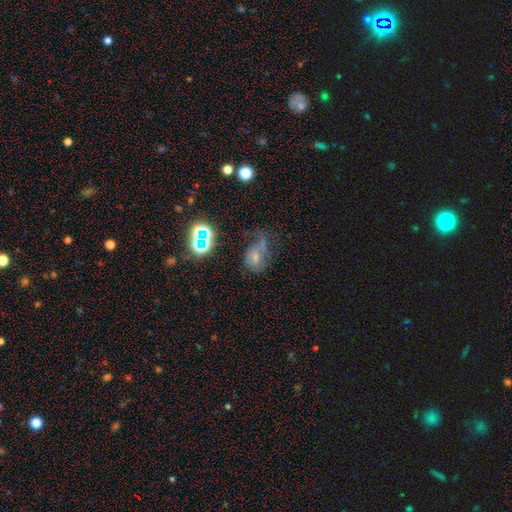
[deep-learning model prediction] Smooth or featured? smooth (46%)
Merging? major disturbance (33%)